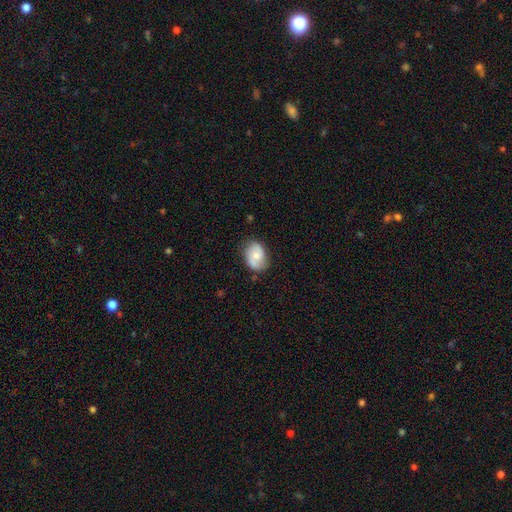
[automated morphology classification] smooth 58%, featured or disk 35%, star or artifact 7%. Down the decision tree: how rounded — in between (72%); merging — none (72%).